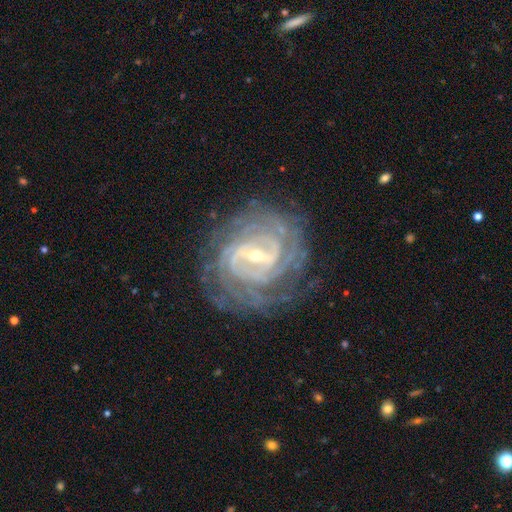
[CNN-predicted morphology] featured or disk 92%, star or artifact 5%, smooth 3%. Down the decision tree: edge-on disk — no (97%); bar — strong (56%); spiral arms — yes (98%); spiral arm count — 4 (24%, tied with can't tell); spiral winding — tight (77%); bulge size — small (66%); merging — none (79%).